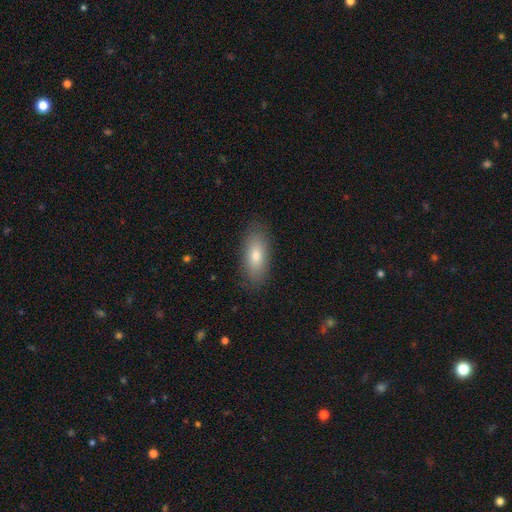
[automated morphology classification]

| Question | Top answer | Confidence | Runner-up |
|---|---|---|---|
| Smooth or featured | smooth | 75% | featured or disk (17%) |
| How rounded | in between | 81% | cigar-shaped (15%) |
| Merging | none | 86% | minor disturbance (10%) |